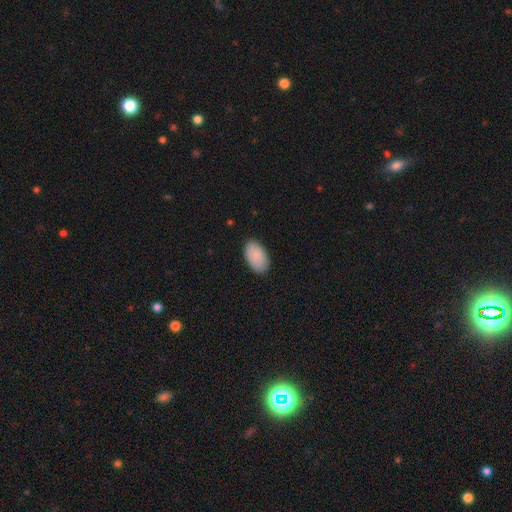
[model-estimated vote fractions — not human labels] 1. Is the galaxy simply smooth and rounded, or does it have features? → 89% smooth, 6% star or artifact, 5% featured or disk.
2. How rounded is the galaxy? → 95% in between, 4% round, 1% cigar-shaped.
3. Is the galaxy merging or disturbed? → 86% none, 11% minor disturbance, 2% major disturbance, 1% merger.